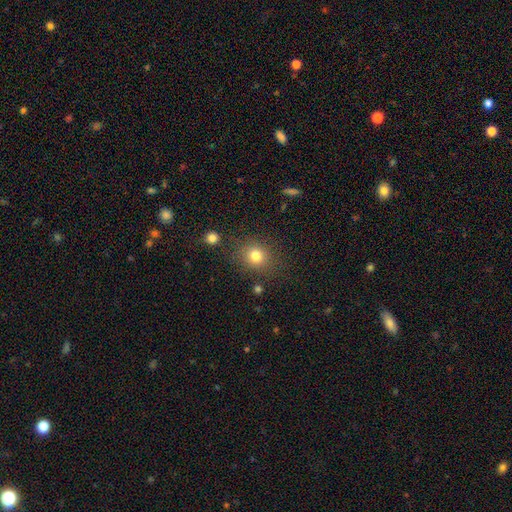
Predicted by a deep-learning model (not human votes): smooth_or_featured: smooth (p=0.79) [alt: star or artifact p=0.14]
how_rounded: round (p=0.78) [alt: in between p=0.21]
merging: none (p=0.82) [alt: minor disturbance p=0.10]